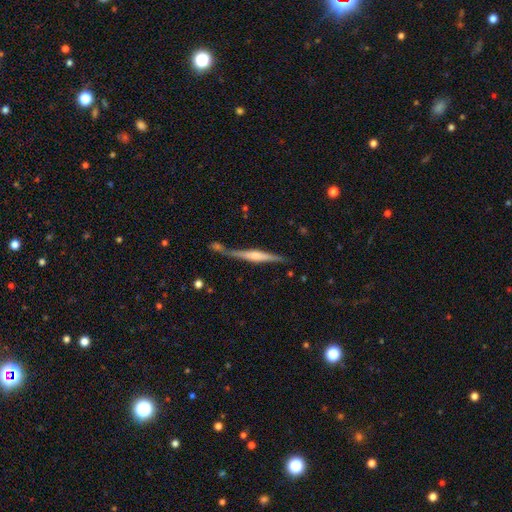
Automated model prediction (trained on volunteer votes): smooth_or_featured: featured or disk (p=0.69) [alt: smooth p=0.25]
disk_edge_on: yes (p=0.97) [alt: no p=0.03]
edge_on_bulge: rounded (p=0.59) [alt: boxy p=0.26]
merging: none (p=0.64) [alt: minor disturbance p=0.17]